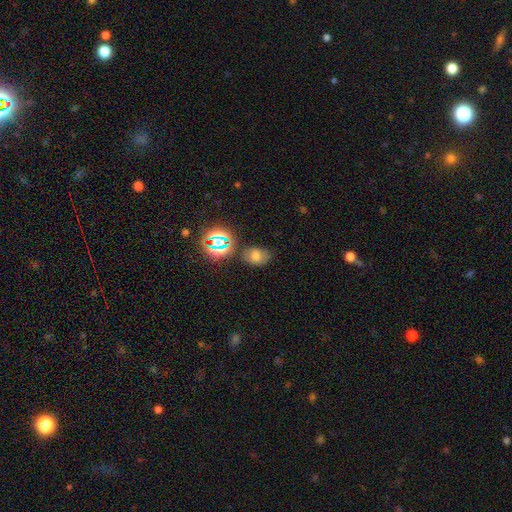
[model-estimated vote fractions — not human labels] smooth 62%, star or artifact 27%, featured or disk 12%. Down the decision tree: how rounded — in between (69%); merging — none (70%).